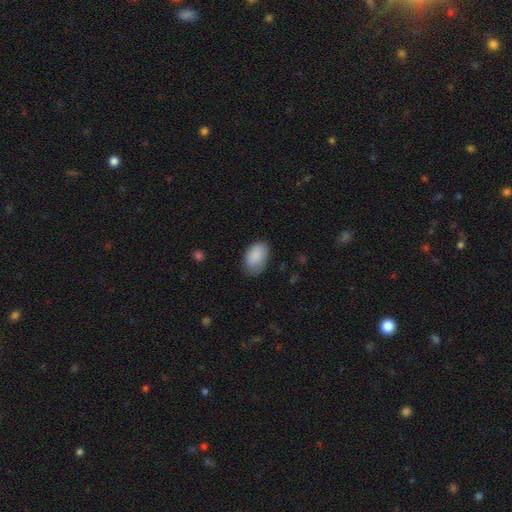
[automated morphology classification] The model was most divided on "merging": none: 71%, minor disturbance: 23%, major disturbance: 5%, merger: 1%. More confident: how rounded — in between (92%); smooth or featured — smooth (88%).